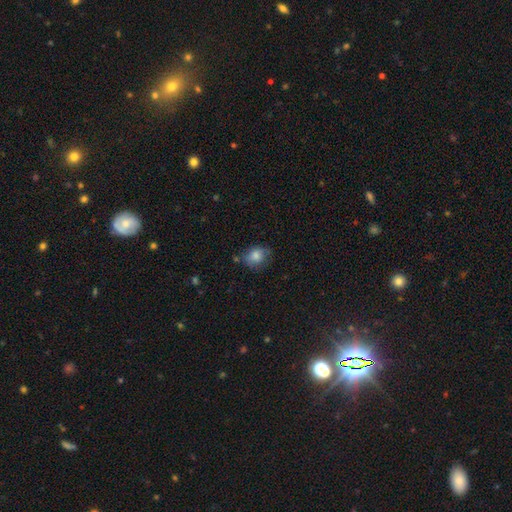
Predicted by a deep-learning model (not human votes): A smooth galaxy with no disk features (78%) that is round (53%). Merging: none (61%).